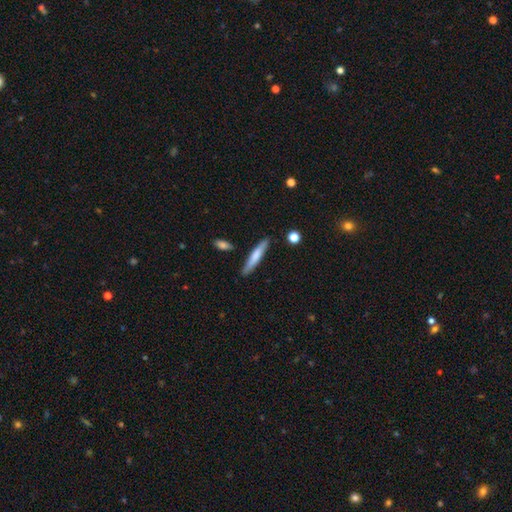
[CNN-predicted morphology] Smooth or featured? Predicted: smooth (p=0.66). How rounded? Predicted: cigar-shaped (p=0.91). Merging? Predicted: none (p=0.85).